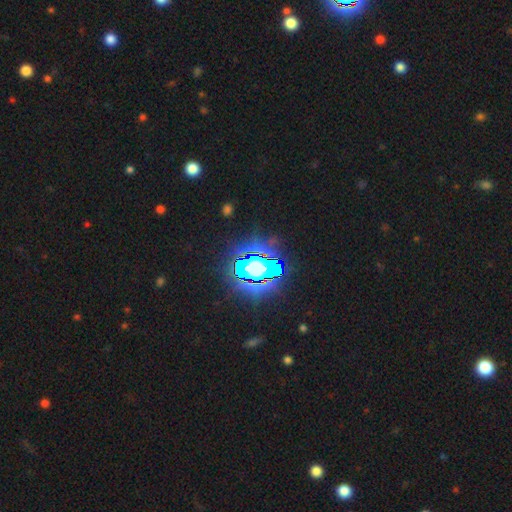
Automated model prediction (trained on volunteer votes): A star or artifact, not a galaxy (85%).

Vote fractions:
- Smooth or featured? star or artifact: 85% / smooth: 9% / featured or disk: 6%